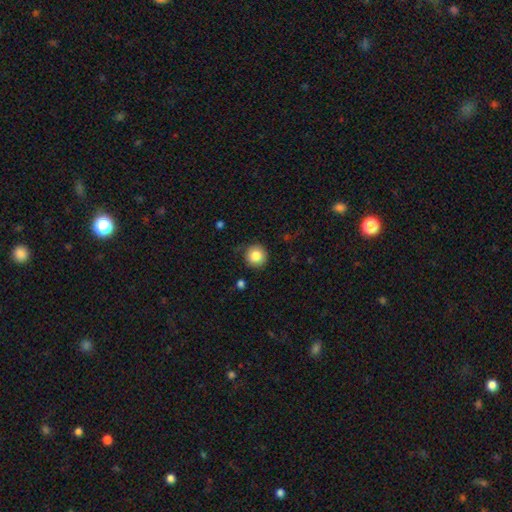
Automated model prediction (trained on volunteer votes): Smooth or featured?
  - smooth: 84% *
  - star or artifact: 9%
  - featured or disk: 7%
How rounded?
  - round: 95% *
  - in between: 4%
  - cigar-shaped: 1%
Merging?
  - none: 86% *
  - minor disturbance: 10%
  - major disturbance: 2%
  - merger: 1%